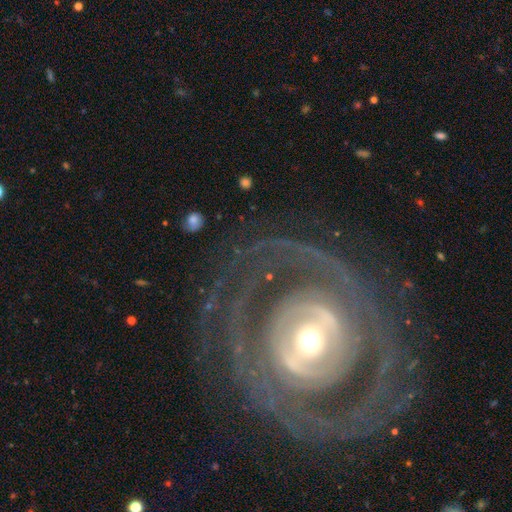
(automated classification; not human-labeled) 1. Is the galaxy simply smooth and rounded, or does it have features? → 83% featured or disk, 11% smooth, 6% star or artifact.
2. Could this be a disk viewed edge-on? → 96% no, 4% yes.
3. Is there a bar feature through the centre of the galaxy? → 38% no, 31% strong, 30% weak.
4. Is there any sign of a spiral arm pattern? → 75% yes, 25% no.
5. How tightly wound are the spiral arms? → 66% tight, 24% medium, 9% loose.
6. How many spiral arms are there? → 35% 2, 33% can't tell, 11% 3, 7% 4, 7% 1, 7% more than 4.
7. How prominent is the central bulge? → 56% moderate, 28% small, 13% large, 2% dominant, 1% none.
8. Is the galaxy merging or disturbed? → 76% none, 12% minor disturbance, 11% major disturbance, 2% merger.